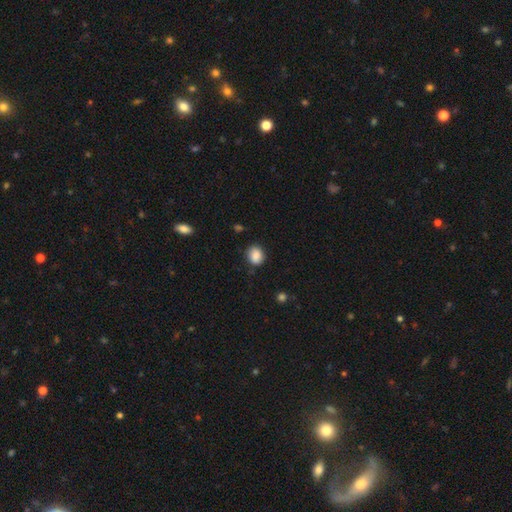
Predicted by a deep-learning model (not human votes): Smooth or featured?
  - smooth: 86% *
  - star or artifact: 9%
  - featured or disk: 5%
How rounded?
  - round: 59% *
  - in between: 40%
  - cigar-shaped: 1%
Merging?
  - none: 79% *
  - minor disturbance: 16%
  - major disturbance: 3%
  - merger: 2%